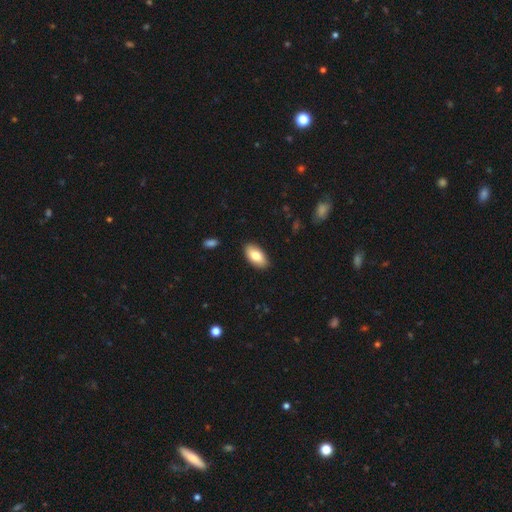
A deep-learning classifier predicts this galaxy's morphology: Smooth or featured?
  - smooth: 80% *
  - featured or disk: 14%
  - star or artifact: 6%
How rounded?
  - in between: 93% *
  - cigar-shaped: 4%
  - round: 3%
Merging?
  - none: 88% *
  - minor disturbance: 9%
  - major disturbance: 2%
  - merger: 1%